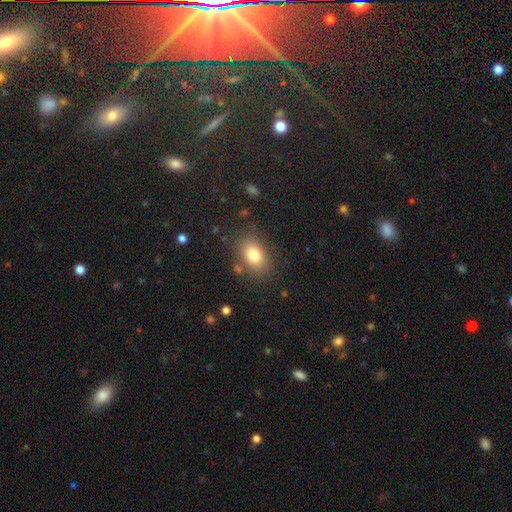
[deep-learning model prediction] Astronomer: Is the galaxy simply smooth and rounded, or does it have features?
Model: smooth — 78%.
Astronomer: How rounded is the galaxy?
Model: in between — 79%.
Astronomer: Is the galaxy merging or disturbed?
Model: none — 82%.